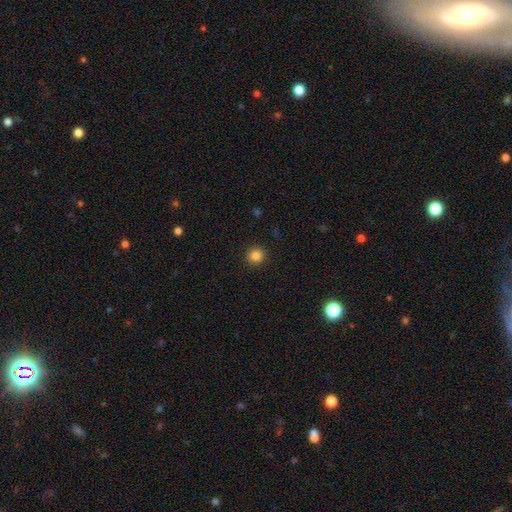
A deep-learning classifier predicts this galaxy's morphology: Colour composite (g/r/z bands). It shows a smooth galaxy with no disk features (85%) that is round (92%). Merging: none (92%).